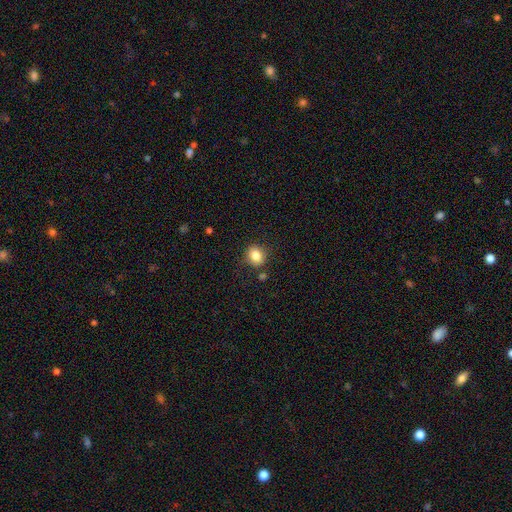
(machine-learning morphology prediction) Smooth or featured? smooth (84%)
How rounded? round (60%)
Merging? none (80%)